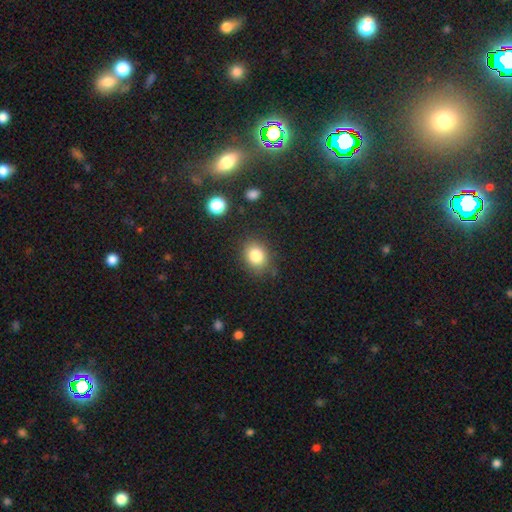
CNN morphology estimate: type=smooth (83%); roundness=round (51%); merging=none (81%).